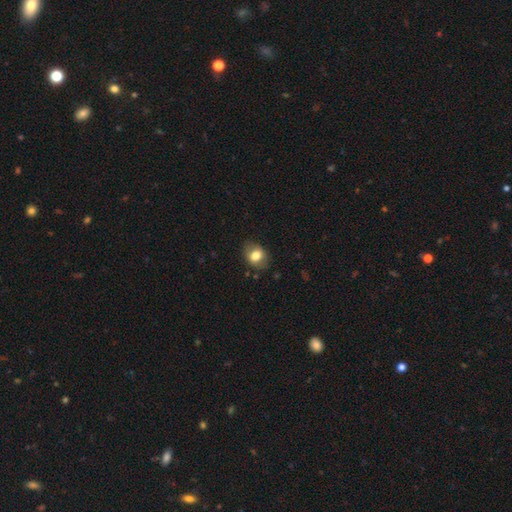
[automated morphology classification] A smooth galaxy with no disk features (75%) that is in between round and cigar-shaped (63%). Merging: none (78%).